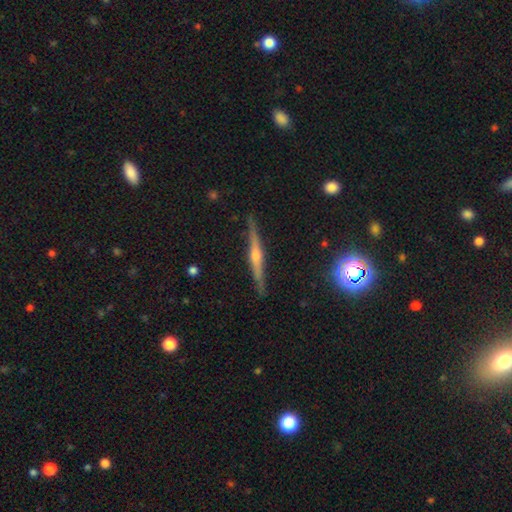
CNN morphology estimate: Smooth or featured? Predicted: featured or disk (p=0.78). Edge-on disk? Predicted: yes (p=0.98). Edge-on bulge? Predicted: rounded (p=0.87). Merging? Predicted: none (p=0.89).